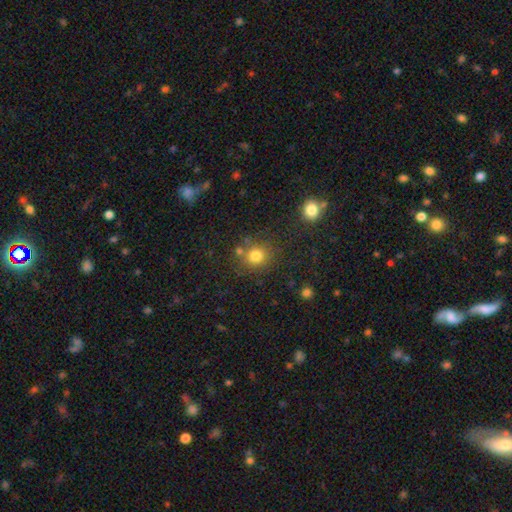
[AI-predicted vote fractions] The model was most divided on "merging": none: 74%, minor disturbance: 11%, merger: 10%, major disturbance: 5%. More confident: how rounded — round (84%); smooth or featured — smooth (79%).